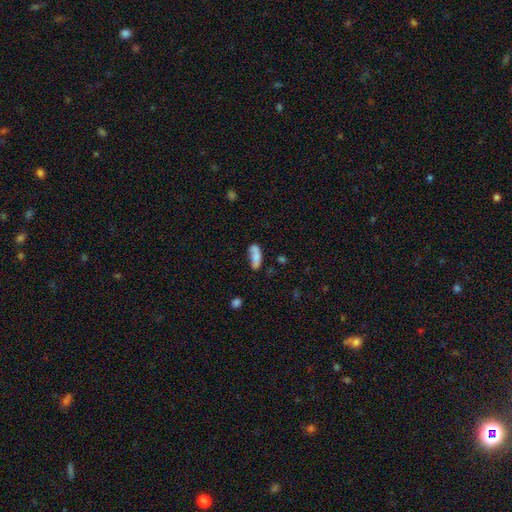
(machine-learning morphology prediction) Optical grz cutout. It shows a smooth galaxy with no disk features (74%) that is in between round and cigar-shaped (71%). Merging: none (44%).